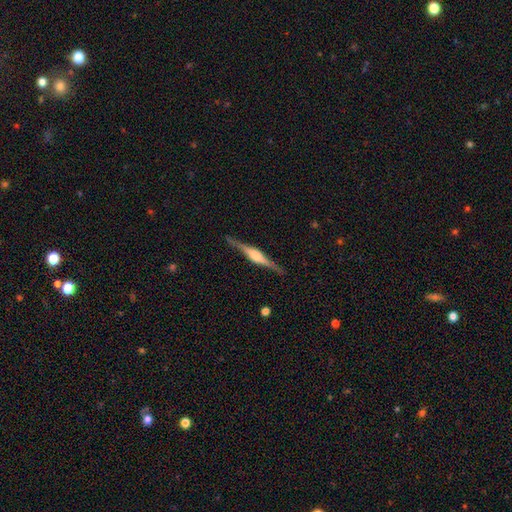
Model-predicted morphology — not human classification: Smooth or featured?
  - featured or disk: 83% *
  - smooth: 12%
  - star or artifact: 5%
Edge-on disk?
  - yes: 98% *
  - no: 2%
Edge-on bulge?
  - rounded: 68% *
  - boxy: 27%
  - none: 5%
Merging?
  - none: 89% *
  - minor disturbance: 8%
  - major disturbance: 2%
  - merger: 1%